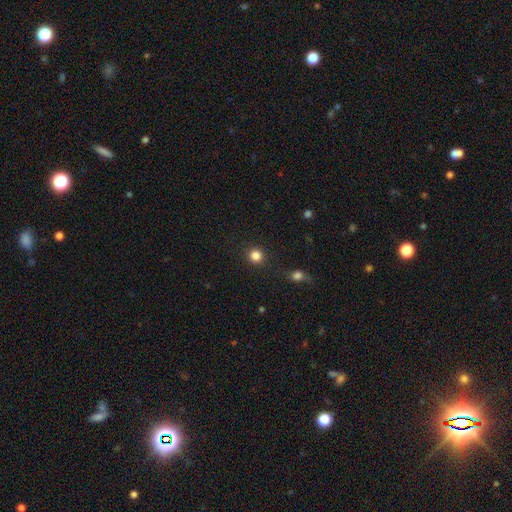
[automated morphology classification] Q: Smooth or featured?
A: smooth (84%); runner-up: star or artifact (12%)
Q: How rounded?
A: round (92%); runner-up: in between (7%)
Q: Merging?
A: none (89%); runner-up: minor disturbance (6%)